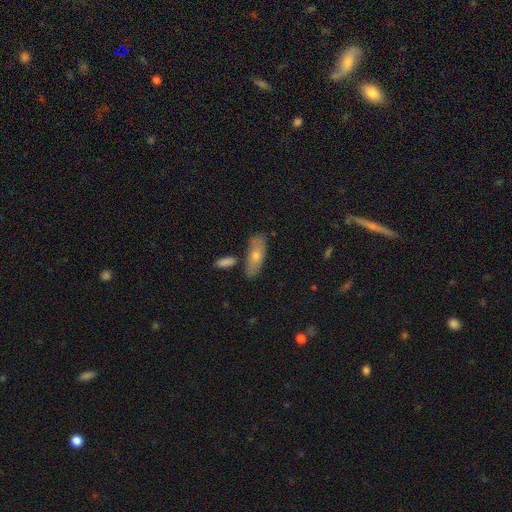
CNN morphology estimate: The model was most divided on "smooth or featured": smooth: 61%, featured or disk: 31%, star or artifact: 8%. More confident: merging — none (77%); how rounded — in between (64%).